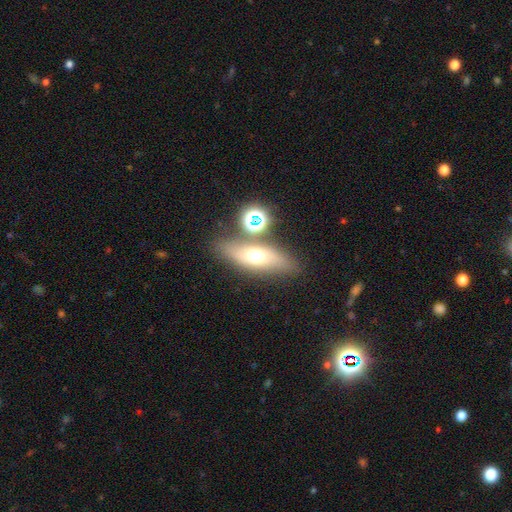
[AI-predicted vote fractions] Q: Smooth or featured?
A: smooth (51%); runner-up: featured or disk (36%)
Q: How rounded?
A: in between (50%); runner-up: cigar-shaped (41%)
Q: Merging?
A: none (73%); runner-up: minor disturbance (12%)